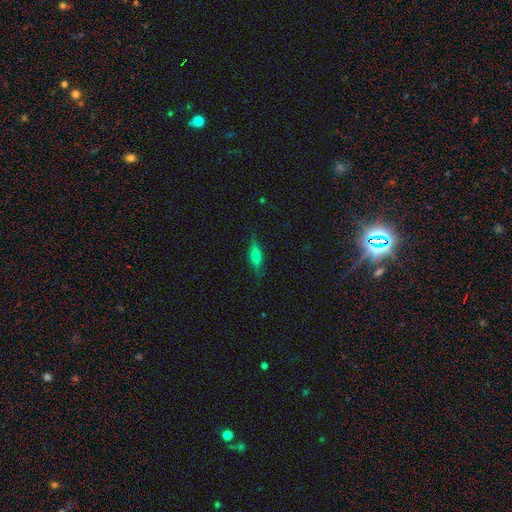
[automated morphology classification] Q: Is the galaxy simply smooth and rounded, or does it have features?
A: smooth — 66%.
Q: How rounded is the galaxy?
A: in between — 51%.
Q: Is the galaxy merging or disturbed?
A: none — 76%.